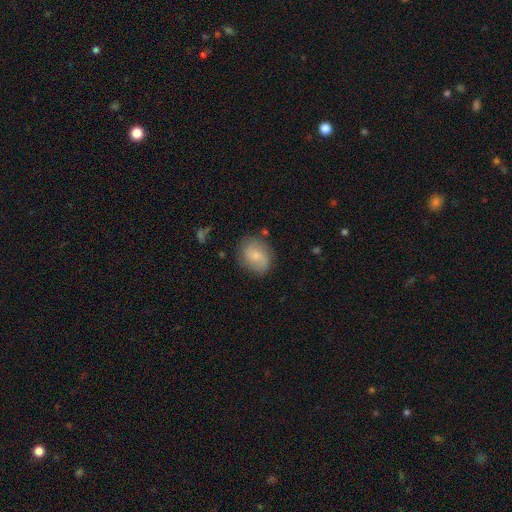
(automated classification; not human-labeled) Q: Smooth or featured?
A: smooth (48%); runner-up: featured or disk (44%)
Q: Merging?
A: none (76%); runner-up: minor disturbance (17%)